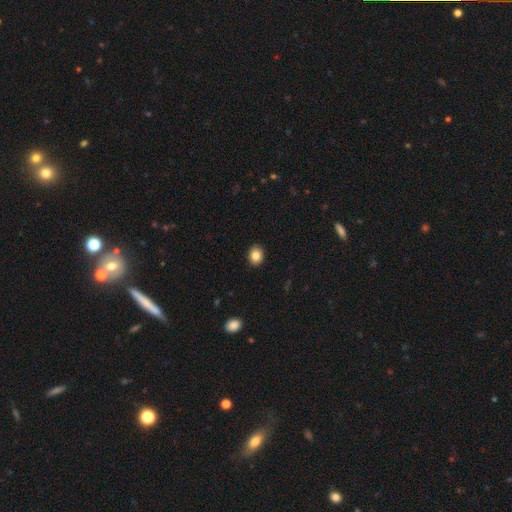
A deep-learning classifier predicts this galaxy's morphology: This appears to be a smooth galaxy with no disk features (85%) that is round (57%). Merging: none (91%).